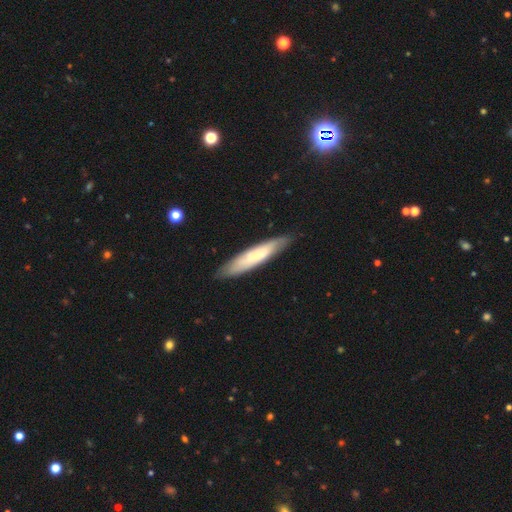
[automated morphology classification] Smooth or featured: smooth — 64% (featured or disk — 30%)
How rounded: cigar-shaped — 84% (in between — 15%)
Merging: none — 85% (minor disturbance — 12%)